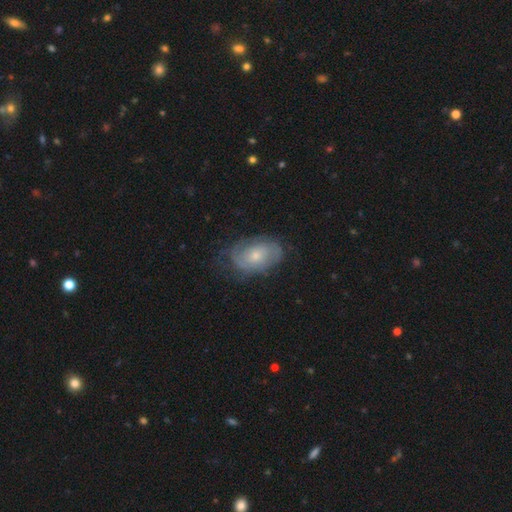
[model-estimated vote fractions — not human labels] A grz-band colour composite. It shows a featured or disk galaxy (63%) with no bar (76%), spiral arms (80%) and a small central bulge (50%). Merging: none (64%).